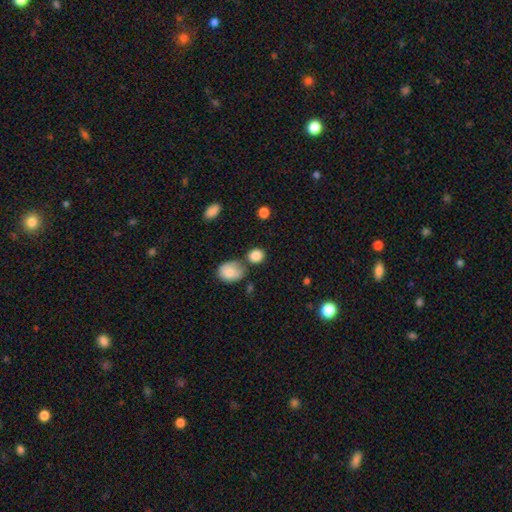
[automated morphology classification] Smooth or featured: smooth — 86% (star or artifact — 9%)
How rounded: round — 74% (in between — 25%)
Merging: none — 65% (merger — 16%)